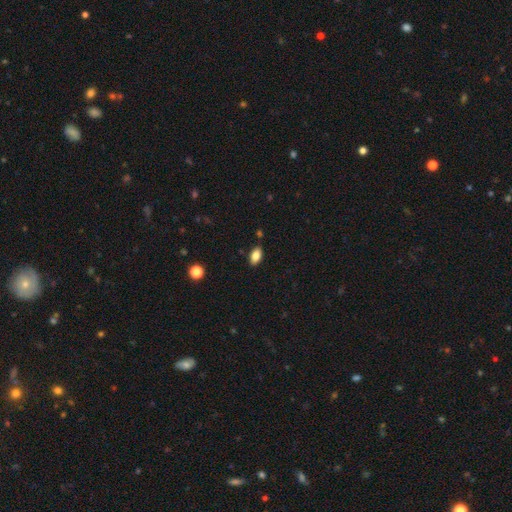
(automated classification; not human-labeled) Smooth or featured: smooth — 84% (star or artifact — 9%)
How rounded: in between — 92% (round — 5%)
Merging: none — 86% (minor disturbance — 10%)